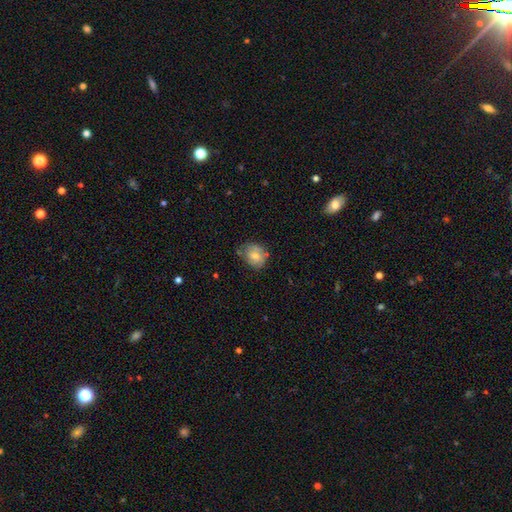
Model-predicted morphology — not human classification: Smooth or featured? Predicted: smooth (p=0.59). How rounded? Predicted: round (p=0.55). Merging? Predicted: none (p=0.62).